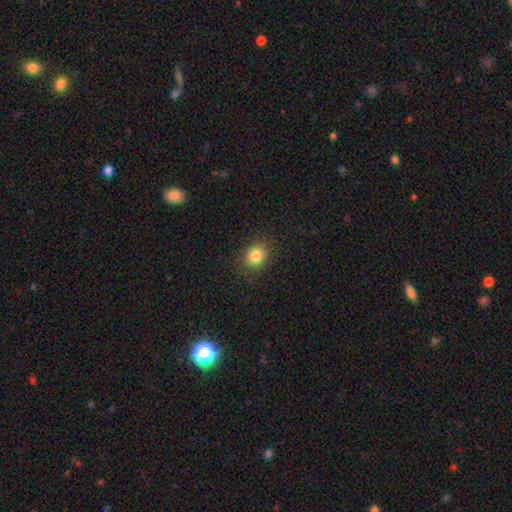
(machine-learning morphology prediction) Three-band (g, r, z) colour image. It shows a smooth galaxy with no disk features (83%) that is round (68%). Merging: none (87%).